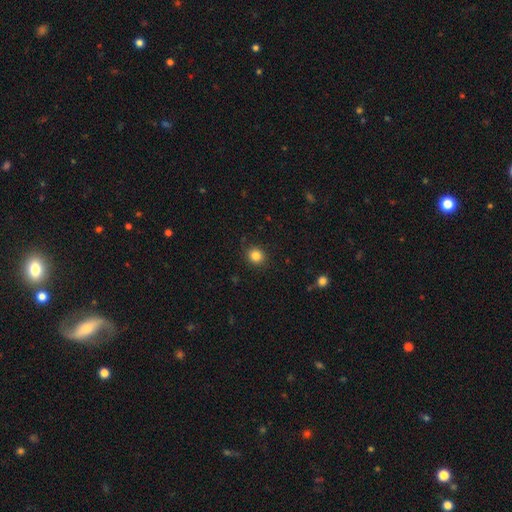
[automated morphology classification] type=smooth (84%); roundness=round (85%); merging=none (89%).